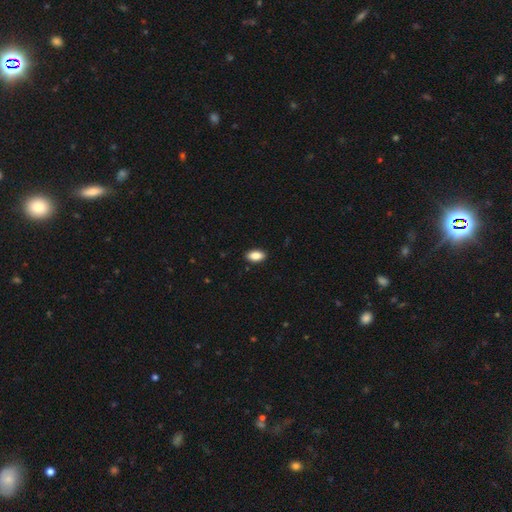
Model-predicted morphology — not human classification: smooth-or-featured: smooth: 87% | star or artifact: 7% | featured or disk: 5%
  how-rounded: in between: 92% | cigar-shaped: 4% | round: 4%
  merging: none: 90% | minor disturbance: 8% | major disturbance: 2% | merger: 1%